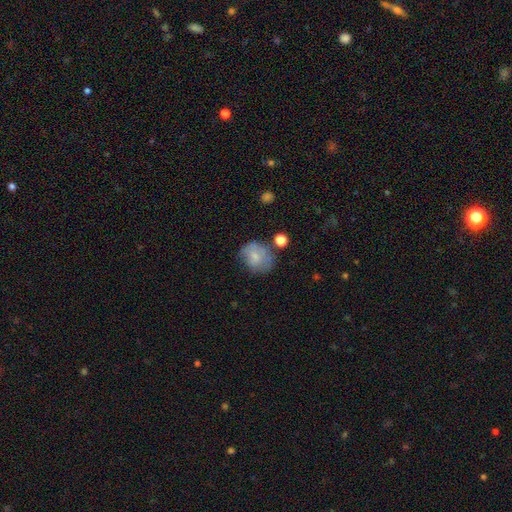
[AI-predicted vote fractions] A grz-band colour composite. It shows a smooth galaxy with no disk features (69%) that is round (63%). Merging: none (47%).